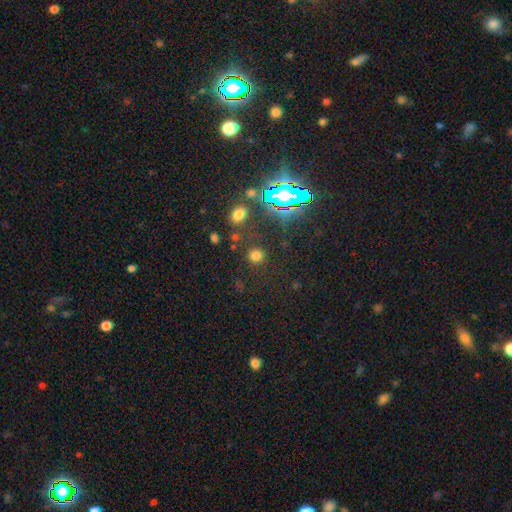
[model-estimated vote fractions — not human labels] Smooth or featured? smooth (68%)
How rounded? round (87%)
Merging? none (83%)